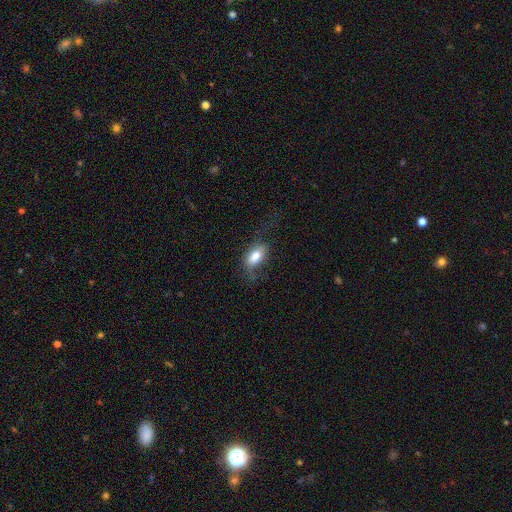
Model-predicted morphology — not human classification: Smooth or featured? smooth (73%)
How rounded? in between (87%)
Merging? none (49%)